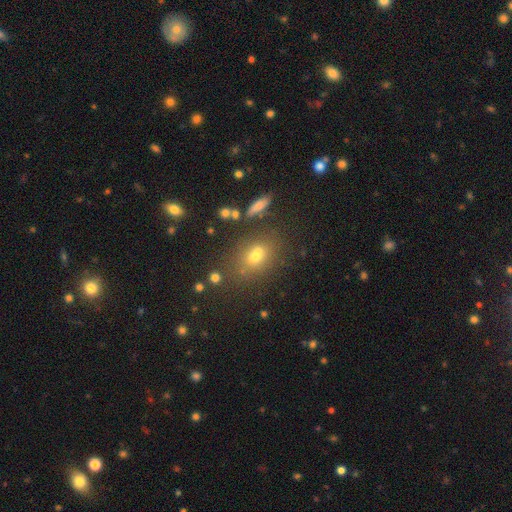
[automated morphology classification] Smooth or featured? smooth (63%)
How rounded? in between (61%)
Merging? none (58%)